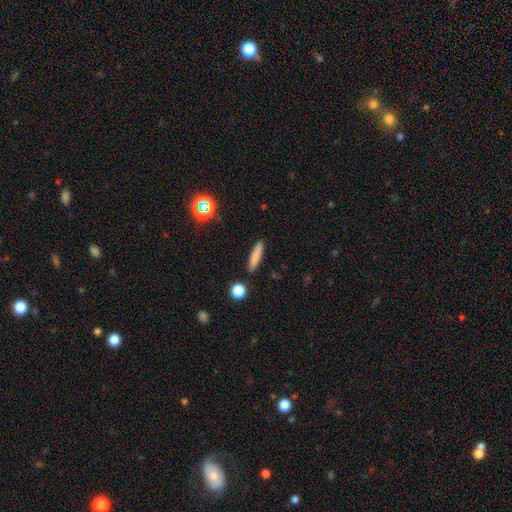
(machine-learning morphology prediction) Smooth or featured: smooth — 81% (featured or disk — 11%)
How rounded: cigar-shaped — 86% (in between — 12%)
Merging: none — 89% (minor disturbance — 7%)